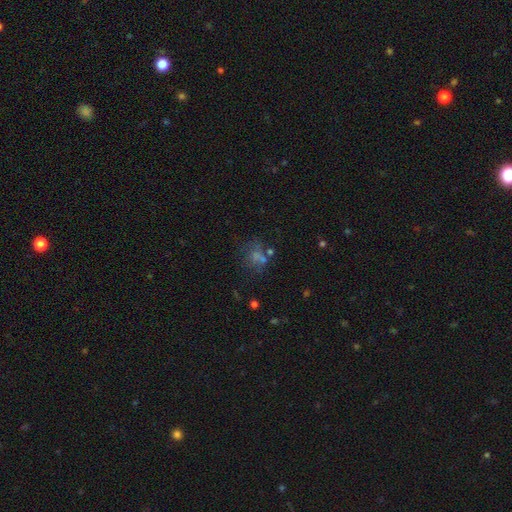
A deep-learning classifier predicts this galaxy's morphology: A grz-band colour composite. It shows a smooth galaxy with no disk features (44%). Merging: none (56%).